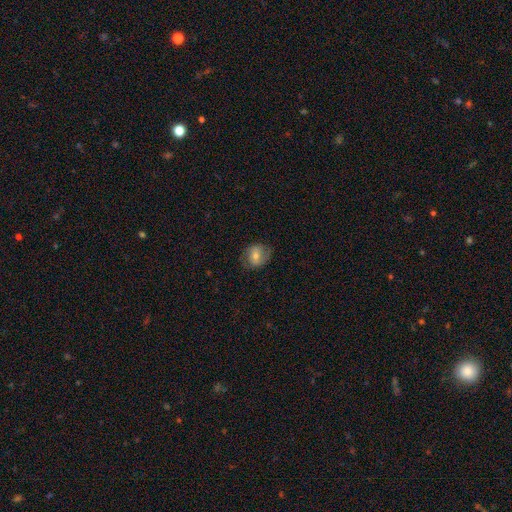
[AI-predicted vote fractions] Q: Smooth or featured?
A: smooth (50%); runner-up: featured or disk (41%)
Q: How rounded?
A: round (54%); runner-up: in between (45%)
Q: Merging?
A: none (74%); runner-up: minor disturbance (18%)